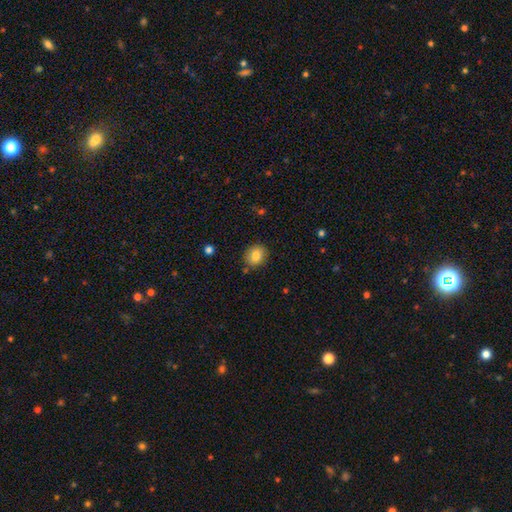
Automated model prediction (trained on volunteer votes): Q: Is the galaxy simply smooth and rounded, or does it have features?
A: smooth — 83%.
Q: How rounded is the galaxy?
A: round — 62%.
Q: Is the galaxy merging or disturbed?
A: none — 84%.